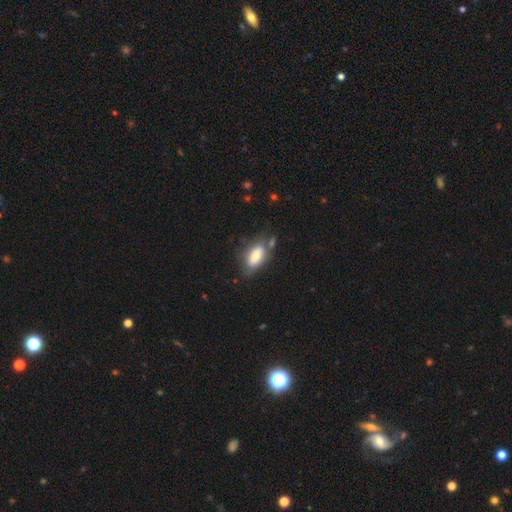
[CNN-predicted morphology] Smooth or featured: smooth — 76% (featured or disk — 17%)
How rounded: in between — 88% (cigar-shaped — 9%)
Merging: none — 60% (minor disturbance — 21%)